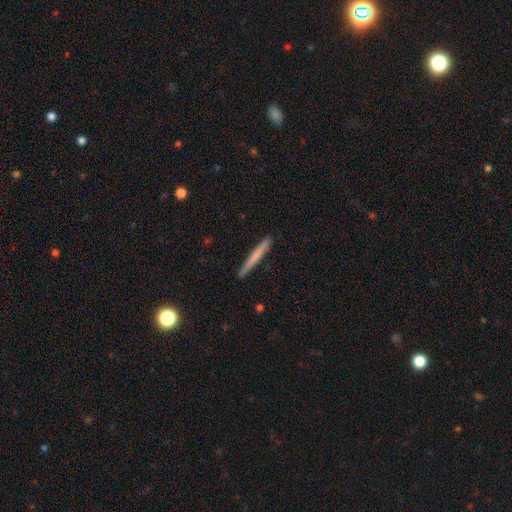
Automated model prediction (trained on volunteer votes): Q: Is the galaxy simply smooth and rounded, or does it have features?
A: smooth — 61%.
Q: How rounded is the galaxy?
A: cigar-shaped — 97%.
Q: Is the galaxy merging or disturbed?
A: none — 91%.